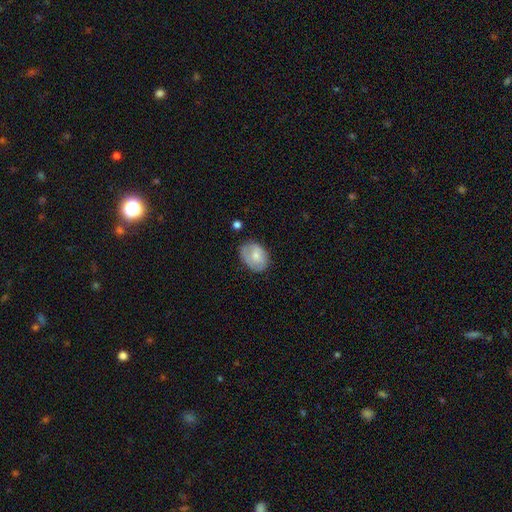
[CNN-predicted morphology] smooth_or_featured: smooth (p=0.63) [alt: featured or disk p=0.30]
how_rounded: in between (p=0.66) [alt: round p=0.33]
merging: none (p=0.64) [alt: minor disturbance p=0.27]